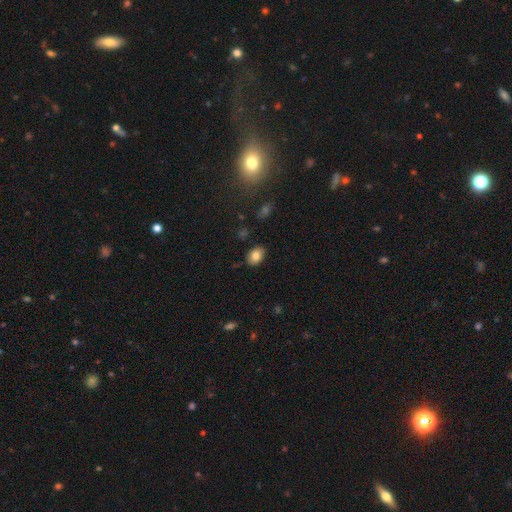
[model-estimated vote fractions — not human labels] Smooth or featured: smooth — 83% (star or artifact — 9%)
How rounded: in between — 75% (round — 24%)
Merging: none — 84% (minor disturbance — 11%)